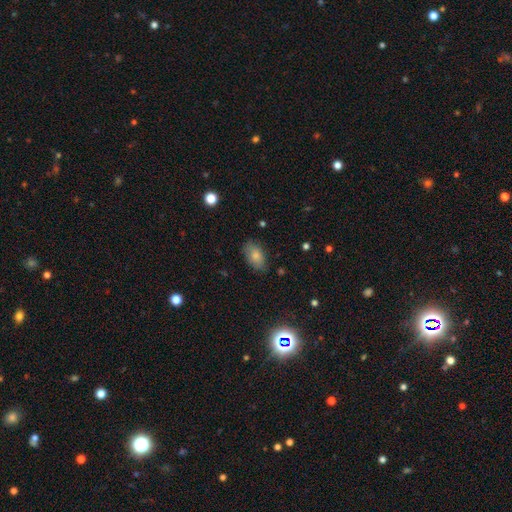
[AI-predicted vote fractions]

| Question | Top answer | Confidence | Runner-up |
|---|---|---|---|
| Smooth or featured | smooth | 80% | featured or disk (11%) |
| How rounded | in between | 91% | round (7%) |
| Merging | none | 79% | minor disturbance (16%) |